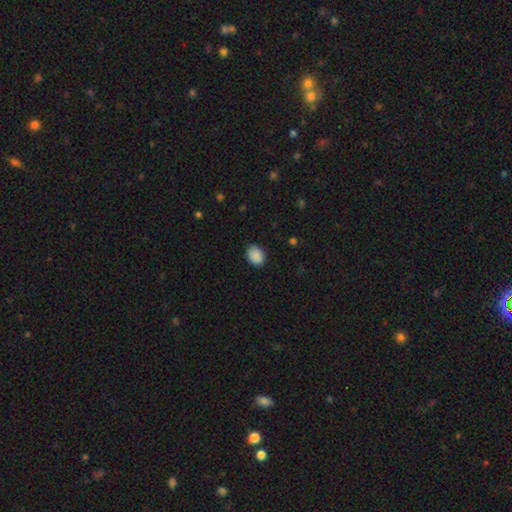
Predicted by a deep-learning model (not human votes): Smooth or featured?
  - smooth: 89% *
  - star or artifact: 8%
  - featured or disk: 3%
How rounded?
  - in between: 62% *
  - round: 37%
  - cigar-shaped: 1%
Merging?
  - none: 83% *
  - minor disturbance: 14%
  - major disturbance: 3%
  - merger: 1%